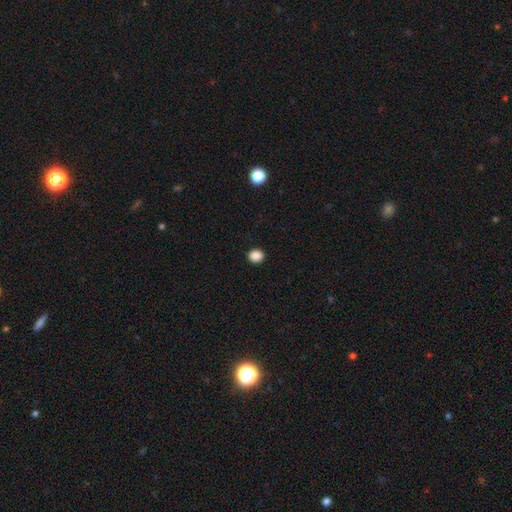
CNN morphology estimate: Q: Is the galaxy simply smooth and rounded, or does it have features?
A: smooth — 88%.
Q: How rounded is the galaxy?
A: round — 81%.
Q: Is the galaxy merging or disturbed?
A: none — 92%.